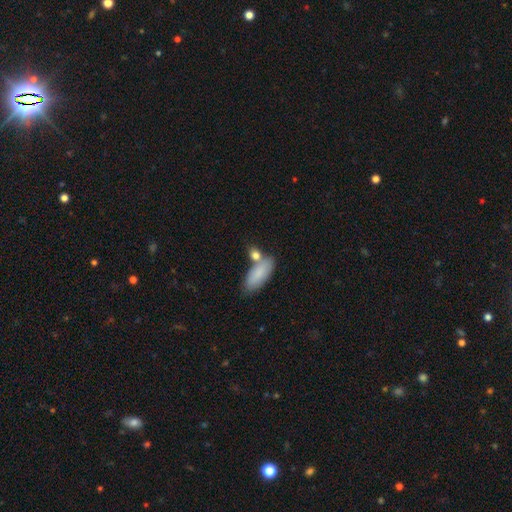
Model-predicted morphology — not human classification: Smooth or featured? Predicted: smooth (p=0.83). How rounded? Predicted: in between (p=0.74). Merging? Predicted: none (p=0.58).